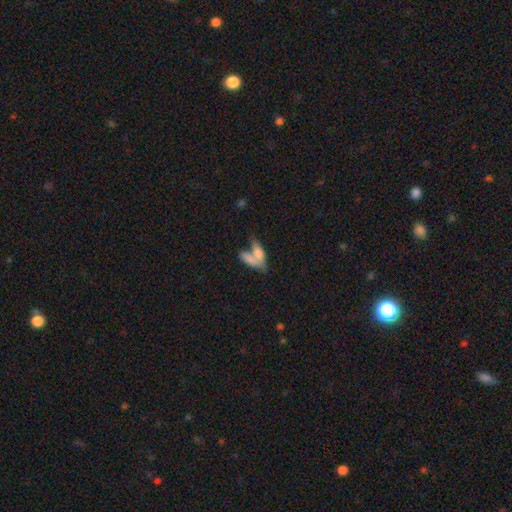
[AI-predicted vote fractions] Smooth or featured?
  - smooth: 69% *
  - featured or disk: 22%
  - star or artifact: 8%
How rounded?
  - in between: 68% *
  - cigar-shaped: 27%
  - round: 5%
Merging?
  - merger: 60% *
  - none: 25%
  - minor disturbance: 9%
  - major disturbance: 7%